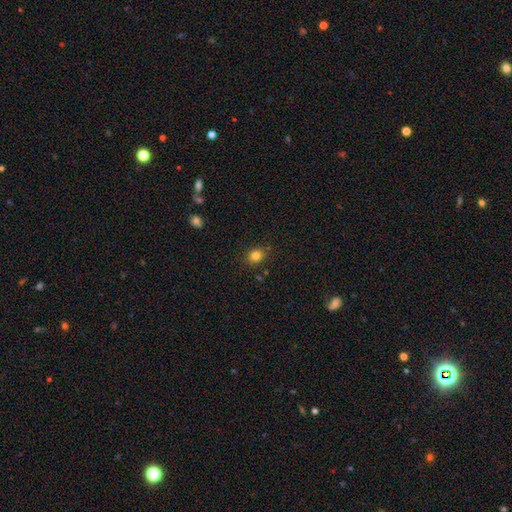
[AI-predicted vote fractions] Smooth or featured: smooth — 82% (star or artifact — 12%)
How rounded: round — 69% (in between — 30%)
Merging: none — 85% (minor disturbance — 10%)